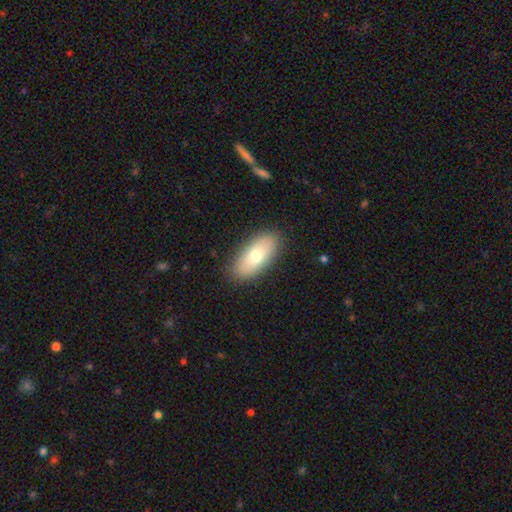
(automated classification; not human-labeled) smooth-or-featured: smooth: 72% | featured or disk: 21% | star or artifact: 7%
  how-rounded: in between: 88% | cigar-shaped: 9% | round: 3%
  merging: none: 88% | minor disturbance: 9% | major disturbance: 2% | merger: 1%